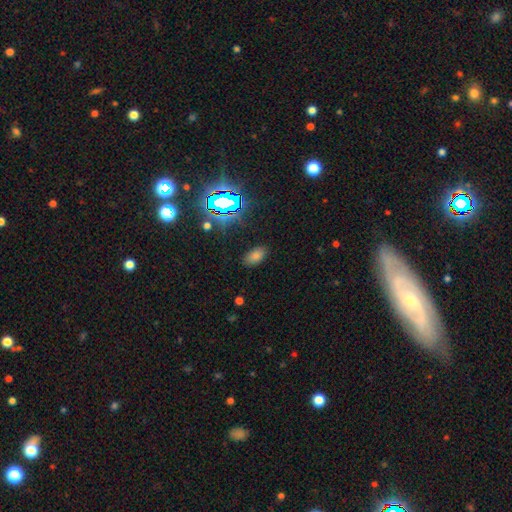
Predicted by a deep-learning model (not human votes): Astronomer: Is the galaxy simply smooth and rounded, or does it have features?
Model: smooth — 57% (runner-up: star or artifact, 34%).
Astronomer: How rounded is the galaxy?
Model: in between — 89%.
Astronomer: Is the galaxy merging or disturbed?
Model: none — 87%.